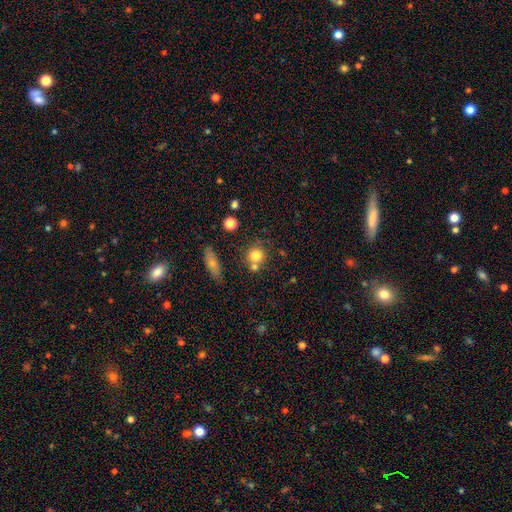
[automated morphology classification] This appears to be a smooth galaxy with no disk features (78%) that is round (86%). Merging: none (57%).